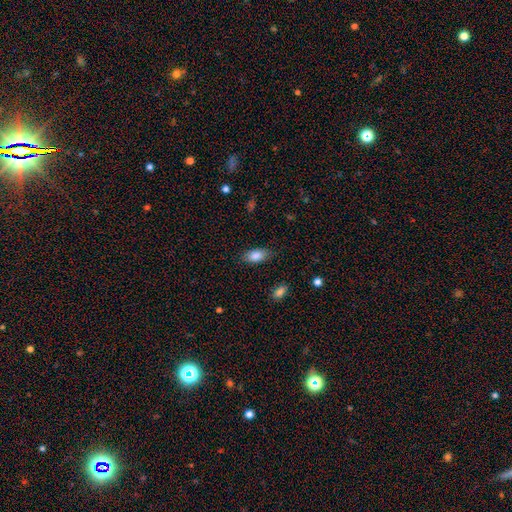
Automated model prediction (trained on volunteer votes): Q: Smooth or featured?
A: smooth (85%); runner-up: featured or disk (8%)
Q: How rounded?
A: in between (90%); runner-up: cigar-shaped (7%)
Q: Merging?
A: none (82%); runner-up: minor disturbance (14%)